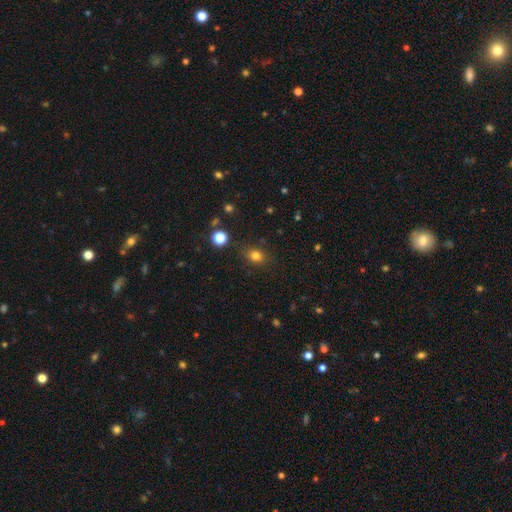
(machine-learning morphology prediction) Q: Smooth or featured?
A: smooth (80%); runner-up: star or artifact (14%)
Q: How rounded?
A: in between (51%); runner-up: round (48%)
Q: Merging?
A: none (83%); runner-up: minor disturbance (11%)